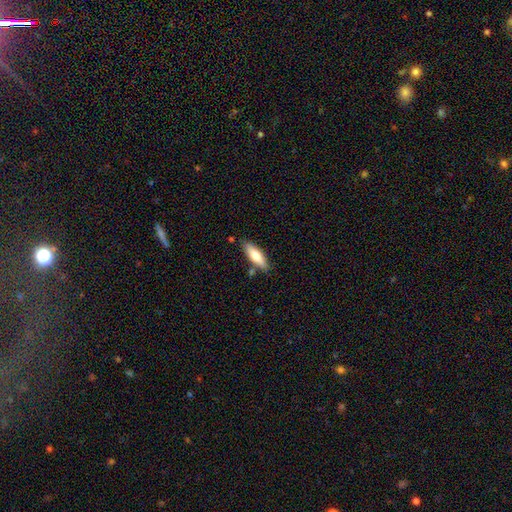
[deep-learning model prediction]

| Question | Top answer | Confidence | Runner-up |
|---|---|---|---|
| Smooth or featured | smooth | 68% | featured or disk (26%) |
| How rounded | in between | 55% | cigar-shaped (43%) |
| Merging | none | 79% | minor disturbance (13%) |